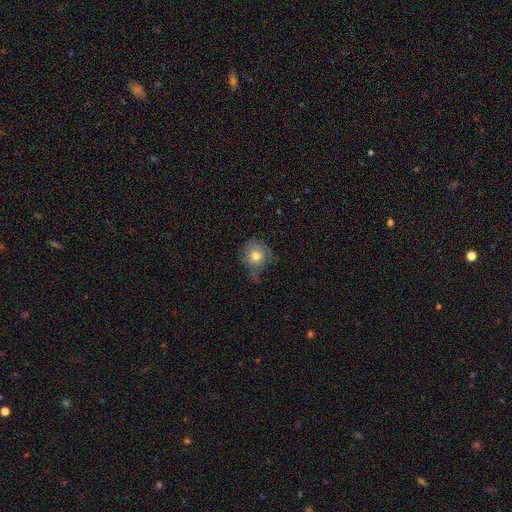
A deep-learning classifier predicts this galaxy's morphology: A smooth galaxy with no disk features (63%) that is round (84%).

Vote fractions:
- Smooth or featured? smooth: 63% / featured or disk: 27% / star or artifact: 10%
- How rounded? round: 84% / in between: 15% / cigar-shaped: 1%
- Merging? none: 50% / minor disturbance: 30% / major disturbance: 17% / merger: 2%